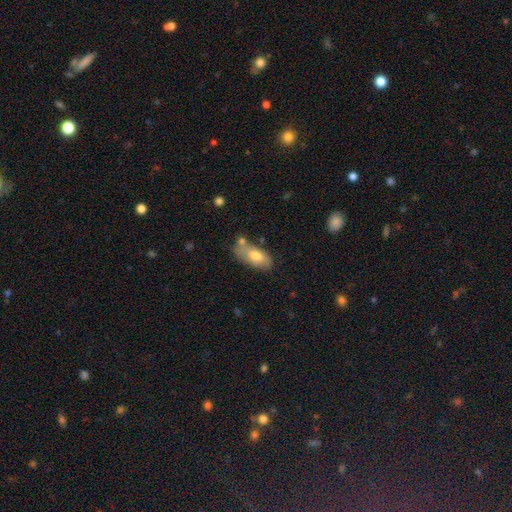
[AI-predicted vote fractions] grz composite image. It shows a smooth galaxy with no disk features (73%) that is in between round and cigar-shaped (87%). Merging: none (60%).